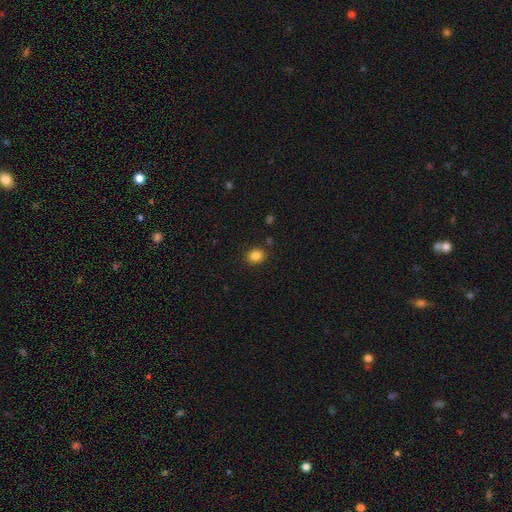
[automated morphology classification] smooth 85%, star or artifact 11%, featured or disk 5%. Down the decision tree: how rounded — round (60%); merging — none (85%).